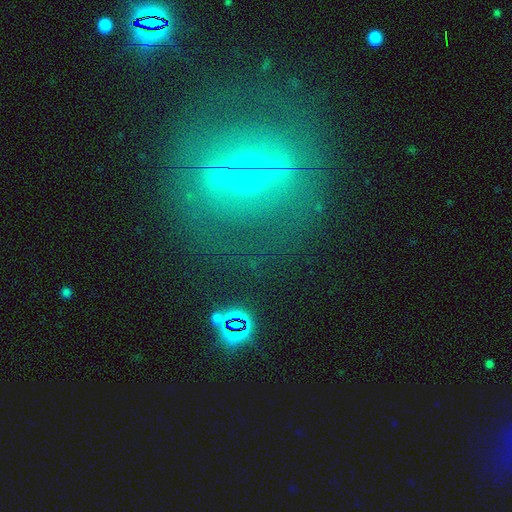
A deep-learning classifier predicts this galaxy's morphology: Q: Smooth or featured?
A: featured or disk (73%); runner-up: smooth (14%)
Q: Edge-on disk?
A: no (58%); runner-up: yes (42%)
Q: Merging?
A: none (79%); runner-up: minor disturbance (11%)